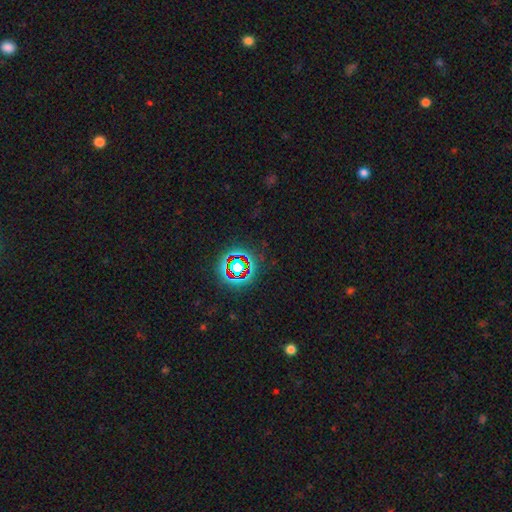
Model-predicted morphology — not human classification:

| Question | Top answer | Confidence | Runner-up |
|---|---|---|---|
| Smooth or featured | star or artifact | 55% | smooth (28%) |